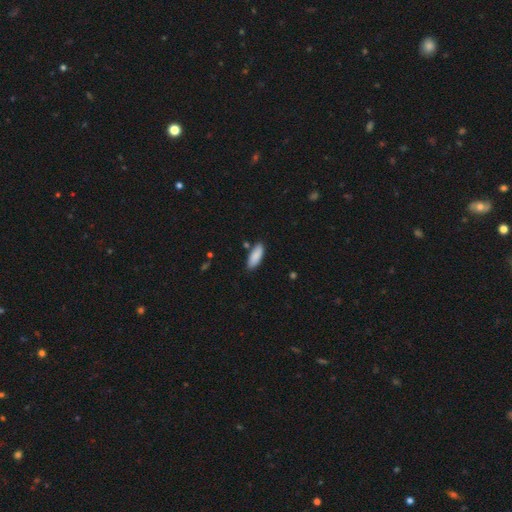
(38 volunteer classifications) Smooth or featured? 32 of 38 (84%) said smooth. How rounded? 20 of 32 (62%) said in between. Merging? 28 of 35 (80%) said none.